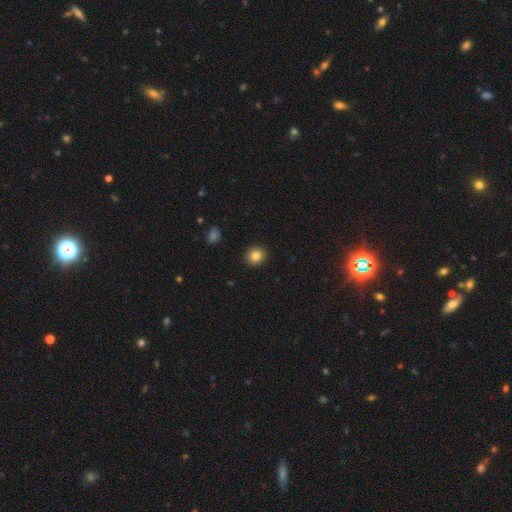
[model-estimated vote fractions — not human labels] Smooth or featured: smooth — 84% (star or artifact — 10%)
How rounded: round — 88% (in between — 11%)
Merging: none — 92% (minor disturbance — 5%)